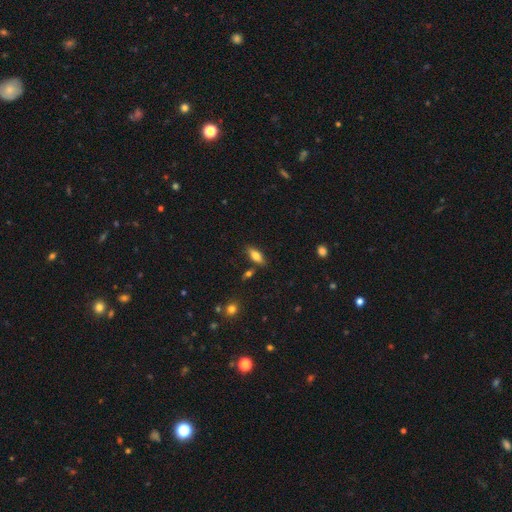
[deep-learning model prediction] This is likely a smooth galaxy (75%). How rounded: likely in between (77%). Merging: likely none (79%).